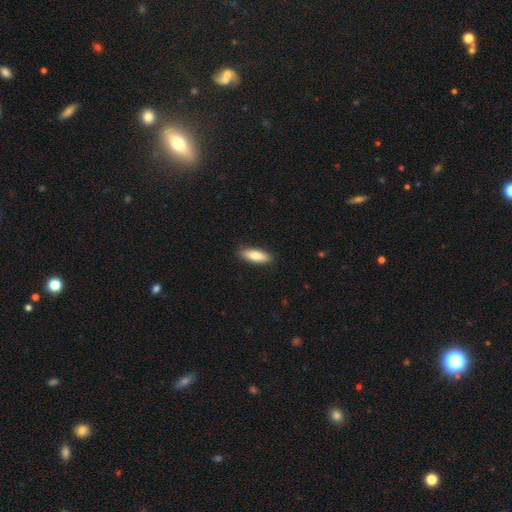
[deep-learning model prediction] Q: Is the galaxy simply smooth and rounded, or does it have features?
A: smooth — 84%.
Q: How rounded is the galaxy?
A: in between — 60%.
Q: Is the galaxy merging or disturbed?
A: none — 89%.